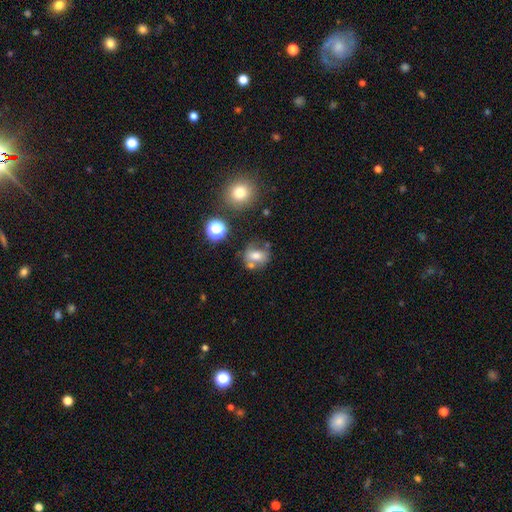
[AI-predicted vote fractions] Overall: smooth (64%). How rounded: round (52%; in between 46%). Merging: none (56%; merger 18%).